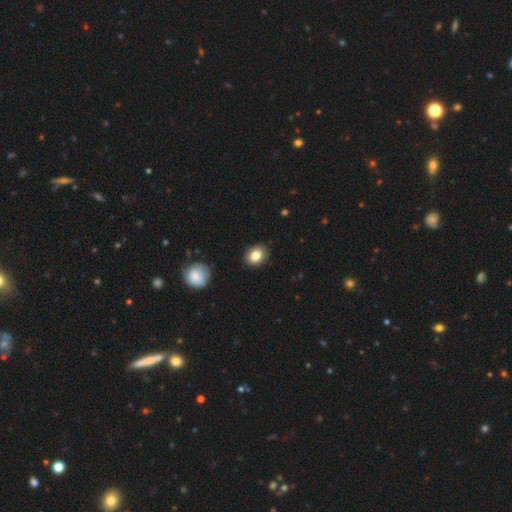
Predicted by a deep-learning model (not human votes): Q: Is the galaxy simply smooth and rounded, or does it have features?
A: smooth — 83%.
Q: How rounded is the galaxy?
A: in between — 50%.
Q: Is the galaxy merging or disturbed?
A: none — 89%.